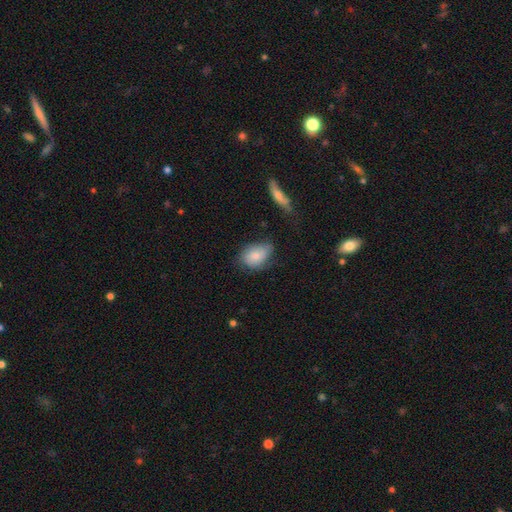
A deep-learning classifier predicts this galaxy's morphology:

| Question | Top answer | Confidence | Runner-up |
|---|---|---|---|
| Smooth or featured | smooth | 78% | featured or disk (15%) |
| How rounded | in between | 79% | round (19%) |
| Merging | none | 53% | minor disturbance (34%) |